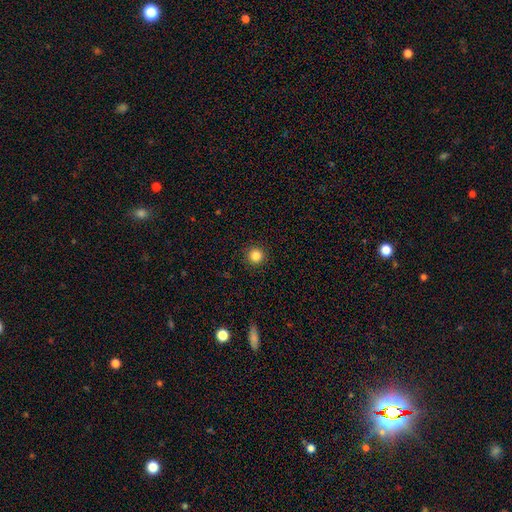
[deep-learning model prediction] A smooth galaxy with no disk features (84%) that is round (96%). Merging: none (92%).